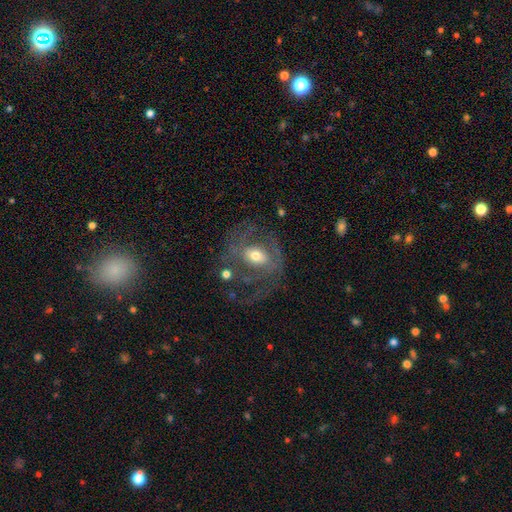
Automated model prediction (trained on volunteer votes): A featured or disk galaxy (71%) with no bar (42%), spiral arms (70%) and a moderate central bulge (67%).

Vote fractions:
- Smooth or featured? featured or disk: 71% / smooth: 21% / star or artifact: 8%
- Edge-on disk? no: 96% / yes: 4%
- Bar? no: 42% / weak: 39% / strong: 18%
- Spiral arms? yes: 70% / no: 30%
- Bulge size? moderate: 67% / small: 21% / large: 9% / none: 1% / dominant: 1%
- Merging? none: 49% / major disturbance: 28% / minor disturbance: 19% / merger: 4%